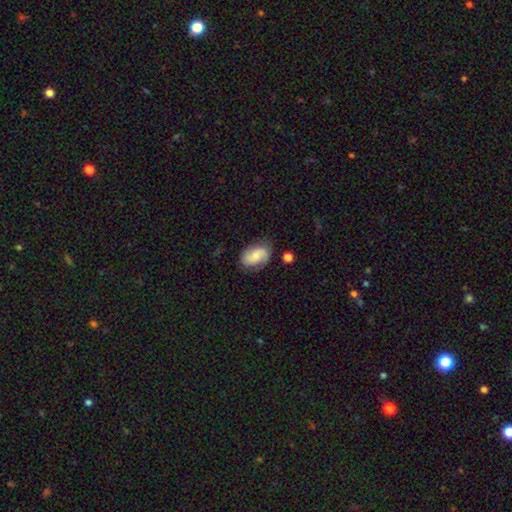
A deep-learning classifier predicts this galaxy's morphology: Smooth or featured?
  - smooth: 49% *
  - featured or disk: 43%
  - star or artifact: 8%
Merging?
  - none: 69% *
  - minor disturbance: 22%
  - major disturbance: 7%
  - merger: 2%